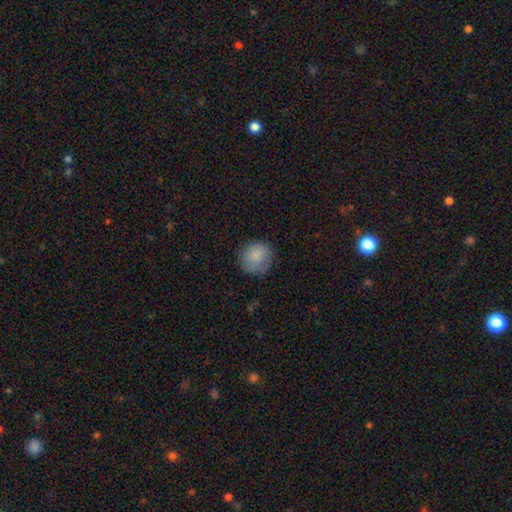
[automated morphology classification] Smooth or featured?
  - smooth: 86% *
  - star or artifact: 8%
  - featured or disk: 7%
How rounded?
  - round: 85% *
  - in between: 14%
  - cigar-shaped: 1%
Merging?
  - none: 78% *
  - minor disturbance: 16%
  - major disturbance: 4%
  - merger: 1%